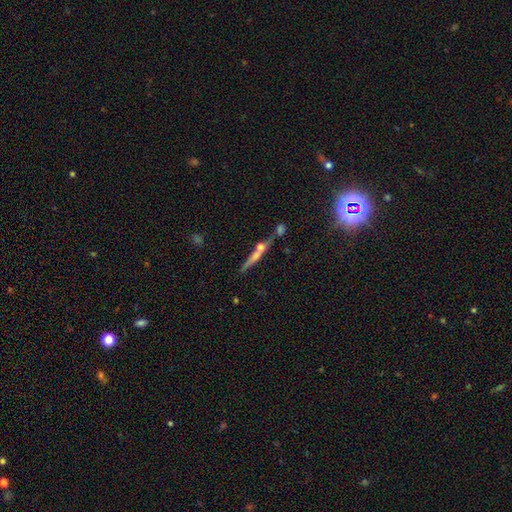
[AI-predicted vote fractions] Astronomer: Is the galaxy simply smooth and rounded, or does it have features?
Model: featured or disk — 58%.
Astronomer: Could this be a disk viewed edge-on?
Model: yes — 90%.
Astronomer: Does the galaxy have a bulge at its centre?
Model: rounded — 67%.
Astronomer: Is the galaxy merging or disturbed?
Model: none — 59%.